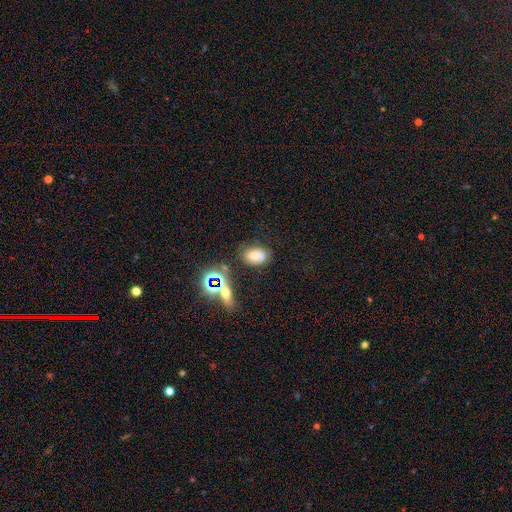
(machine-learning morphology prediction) smooth_or_featured: smooth (p=0.63) [alt: star or artifact p=0.20]
how_rounded: in between (p=0.83) [alt: round p=0.15]
merging: none (p=0.67) [alt: minor disturbance p=0.19]